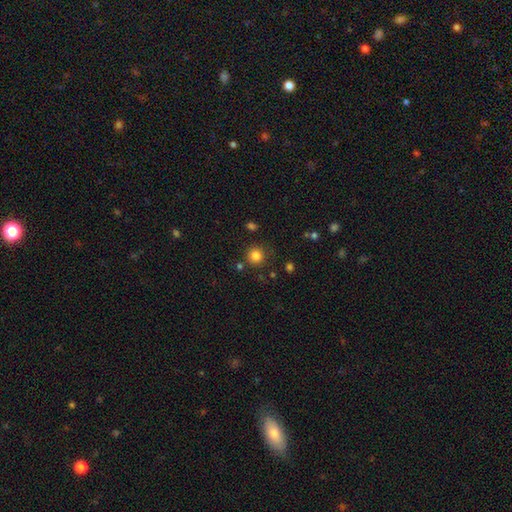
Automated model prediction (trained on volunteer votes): smooth-or-featured: smooth: 83% | star or artifact: 12% | featured or disk: 5%
  how-rounded: round: 93% | in between: 6% | cigar-shaped: 1%
  merging: none: 84% | minor disturbance: 8% | merger: 4% | major disturbance: 3%